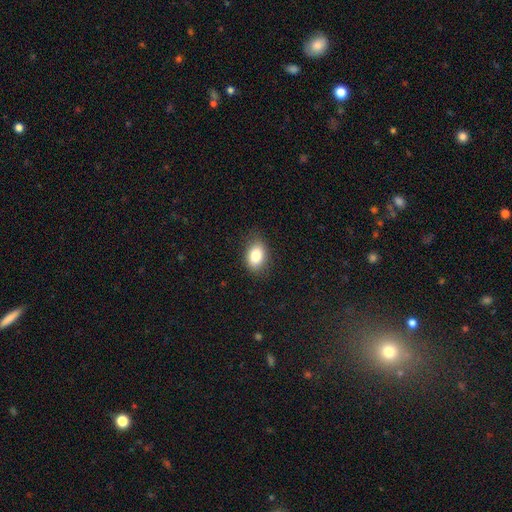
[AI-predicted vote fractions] Smooth or featured?
  - smooth: 83% *
  - featured or disk: 9%
  - star or artifact: 9%
How rounded?
  - in between: 81% *
  - round: 18%
  - cigar-shaped: 1%
Merging?
  - none: 82% *
  - minor disturbance: 14%
  - major disturbance: 3%
  - merger: 1%